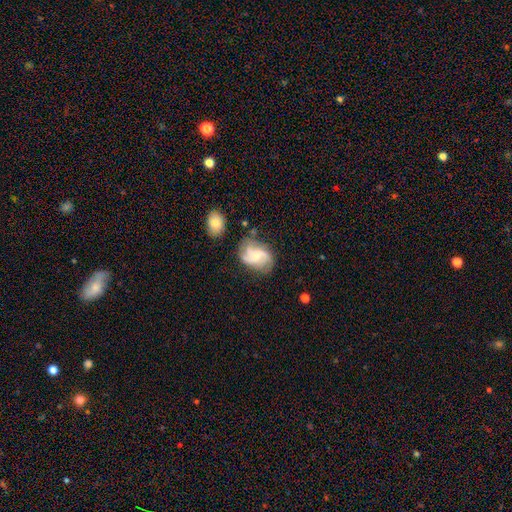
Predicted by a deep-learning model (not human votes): Smooth or featured?
  - featured or disk: 72% *
  - smooth: 21%
  - star or artifact: 7%
Edge-on disk?
  - no: 98% *
  - yes: 2%
Bar?
  - no: 55% *
  - weak: 38%
  - strong: 7%
Spiral arms?
  - yes: 93% *
  - no: 7%
Spiral winding?
  - medium: 44% *
  - loose: 38%
  - tight: 17%
Spiral arm count?
  - 2: 54% *
  - 3: 24%
  - can't tell: 11%
  - 4: 4%
  - 1: 3%
  - more than 4: 3%
Bulge size?
  - small: 52% *
  - moderate: 35%
  - none: 9%
  - large: 3%
  - dominant: 1%
Merging?
  - none: 63% *
  - minor disturbance: 21%
  - major disturbance: 9%
  - merger: 6%